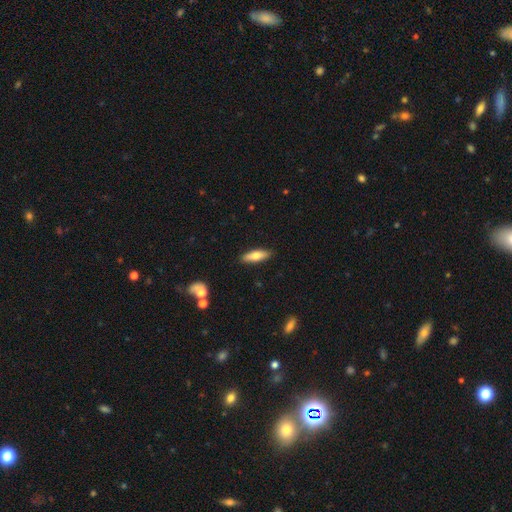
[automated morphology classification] This appears to be a smooth galaxy with no disk features (70%) that is cigar-shaped (52%). Merging: none (88%).